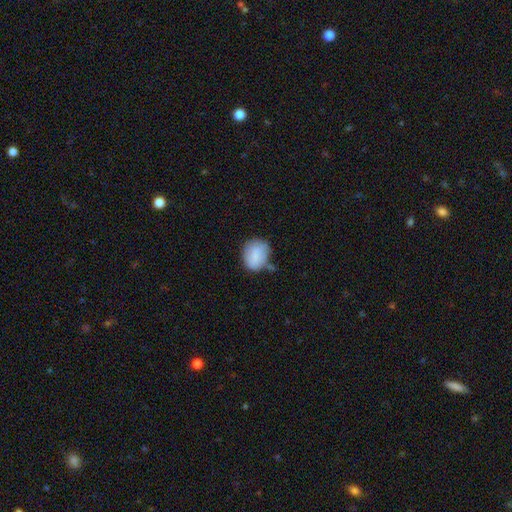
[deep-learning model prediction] This is clearly a smooth galaxy (83%). How rounded: possibly round (54%). Merging: possibly none (57%).